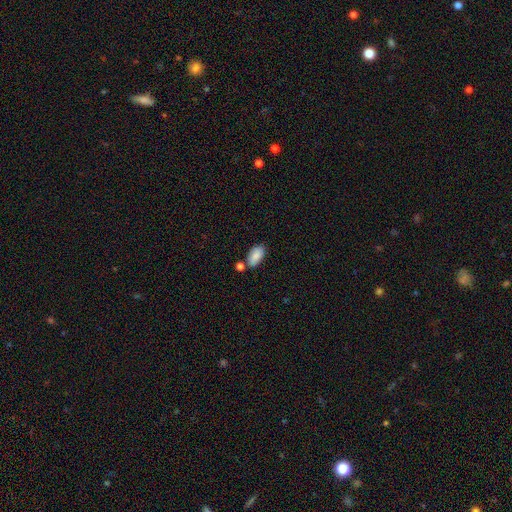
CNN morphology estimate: smooth-or-featured: smooth: 85% | featured or disk: 8% | star or artifact: 7%
  how-rounded: in between: 94% | round: 3% | cigar-shaped: 3%
  merging: none: 67% | minor disturbance: 16% | merger: 13% | major disturbance: 4%